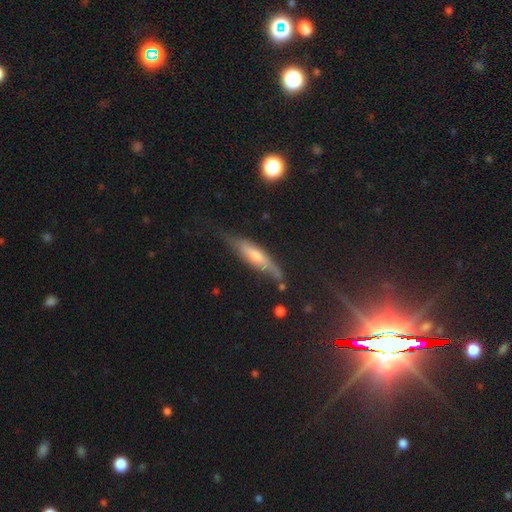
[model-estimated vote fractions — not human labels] Smooth or featured? featured or disk (55%)
Edge-on disk? yes (80%)
Merging? none (64%)